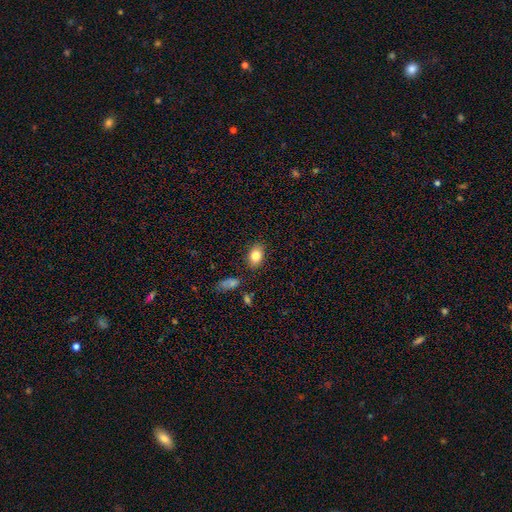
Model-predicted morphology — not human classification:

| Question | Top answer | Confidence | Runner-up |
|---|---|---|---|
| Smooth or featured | smooth | 82% | featured or disk (10%) |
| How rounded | in between | 82% | round (16%) |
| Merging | none | 84% | minor disturbance (10%) |